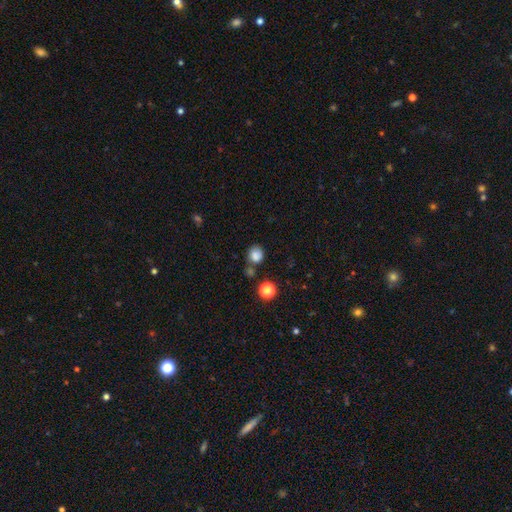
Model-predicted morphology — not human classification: smooth-or-featured: smooth: 81% | star or artifact: 12% | featured or disk: 6%
  how-rounded: round: 74% | in between: 25% | cigar-shaped: 1%
  merging: none: 63% | minor disturbance: 16% | merger: 15% | major disturbance: 6%